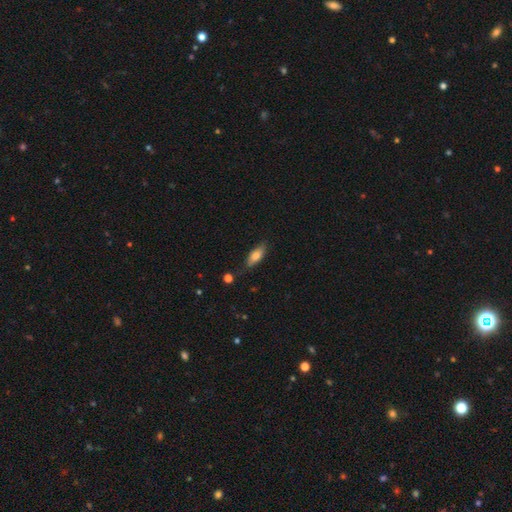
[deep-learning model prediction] Overall: smooth (73%). How rounded: in between (69%). Merging: none (73%).